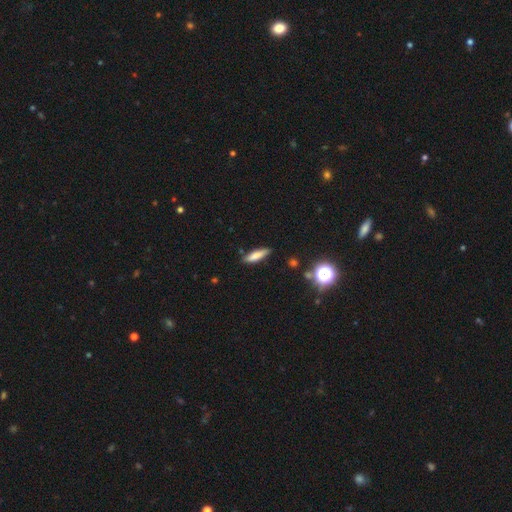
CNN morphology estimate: The model was most divided on "how rounded": cigar-shaped: 66%, in between: 32%, round: 2%. More confident: merging — none (83%); smooth or featured — smooth (77%).